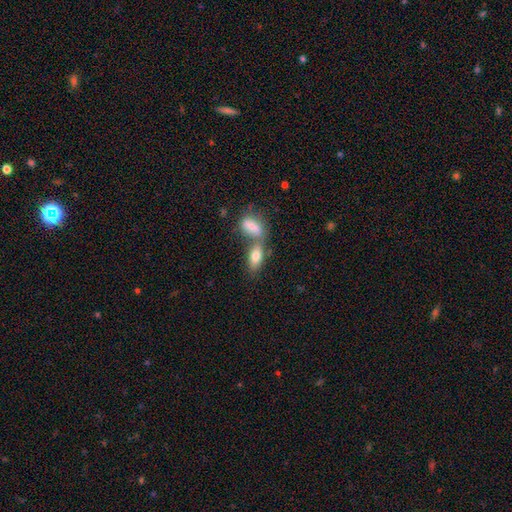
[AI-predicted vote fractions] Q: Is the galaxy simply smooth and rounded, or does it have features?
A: smooth — 77%.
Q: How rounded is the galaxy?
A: in between — 82%.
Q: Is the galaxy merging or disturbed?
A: merger — 46%.